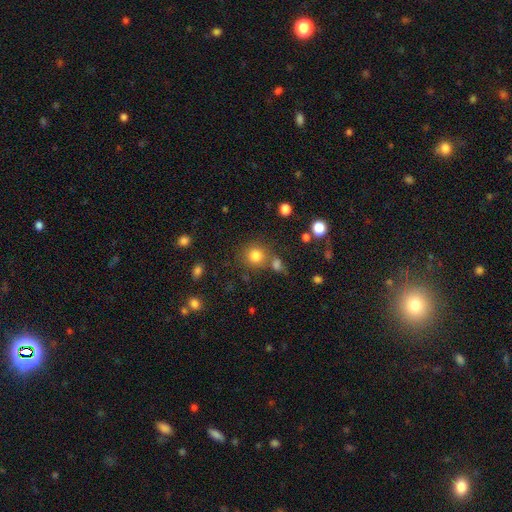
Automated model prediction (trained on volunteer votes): The model was most divided on "merging": none: 72%, merger: 14%, minor disturbance: 9%, major disturbance: 4%. More confident: how rounded — round (89%); smooth or featured — smooth (80%).